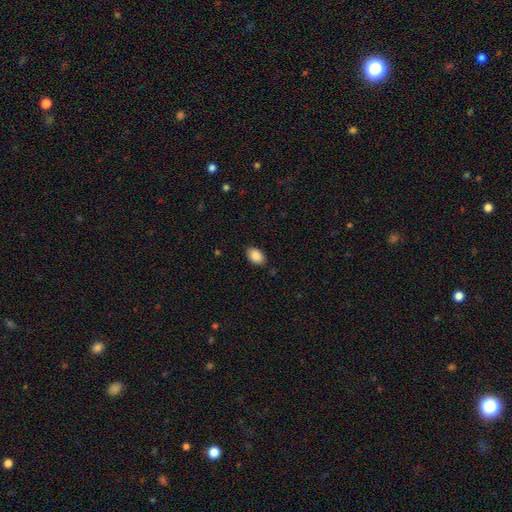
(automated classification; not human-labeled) Smooth or featured? smooth (89%)
How rounded? in between (88%)
Merging? none (86%)